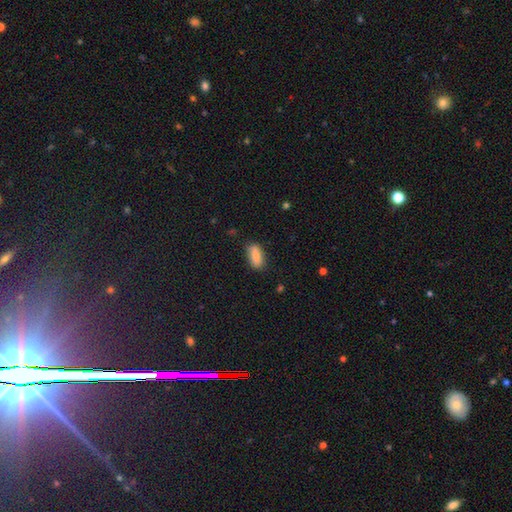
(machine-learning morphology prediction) The model was most divided on "merging": none: 75%, minor disturbance: 19%, major disturbance: 4%, merger: 2%. More confident: smooth or featured — smooth (85%); how rounded — in between (83%).